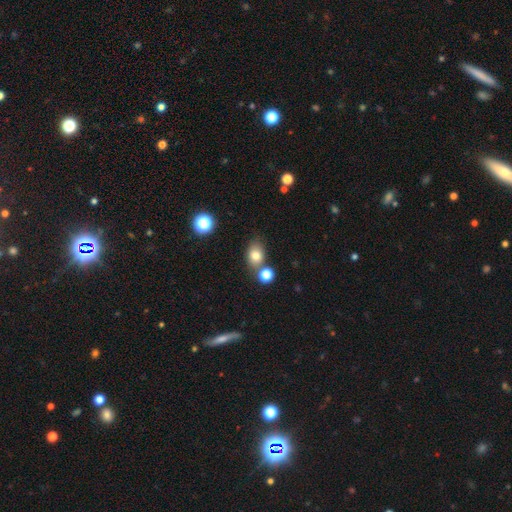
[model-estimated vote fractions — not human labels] Smooth or featured: smooth — 77% (star or artifact — 12%)
How rounded: in between — 61% (round — 38%)
Merging: none — 65% (merger — 16%)